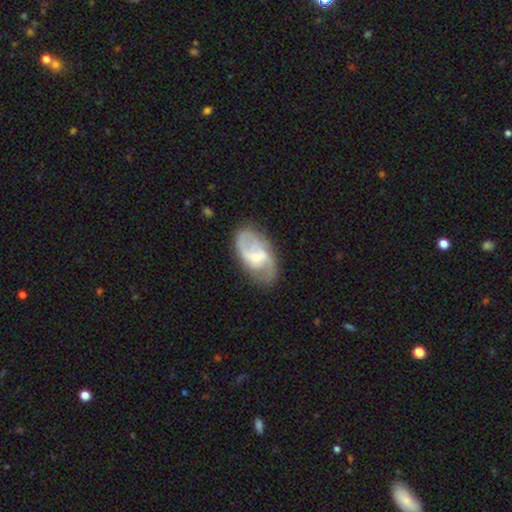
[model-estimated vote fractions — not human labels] This appears to be a featured or disk galaxy (79%) with a weak bar (54%), 2 (82%) medium (48%) spiral arms (92%) and a small central bulge (50%). Merging: none (75%).